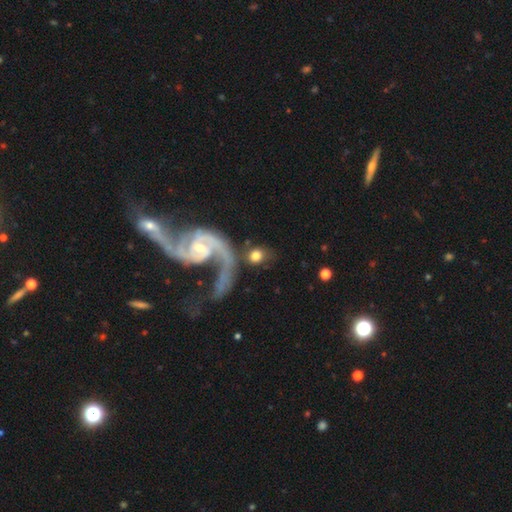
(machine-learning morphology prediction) smooth_or_featured: smooth (p=0.61) [alt: featured or disk p=0.32]
how_rounded: round (p=0.71) [alt: in between p=0.27]
merging: none (p=0.59) [alt: merger p=0.17]